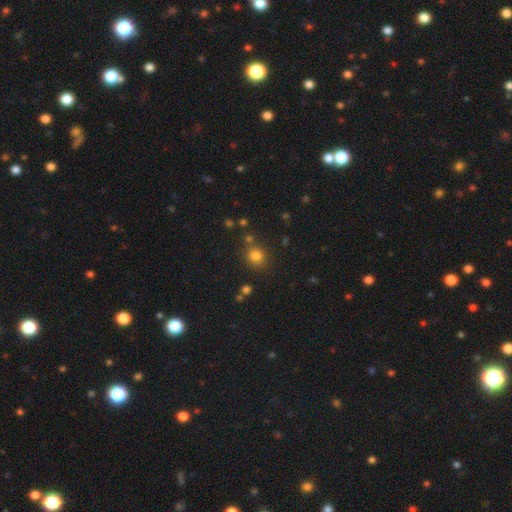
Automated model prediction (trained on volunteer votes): smooth_or_featured: smooth (p=0.80) [alt: star or artifact p=0.15]
how_rounded: round (p=0.86) [alt: in between p=0.13]
merging: none (p=0.78) [alt: minor disturbance p=0.10]